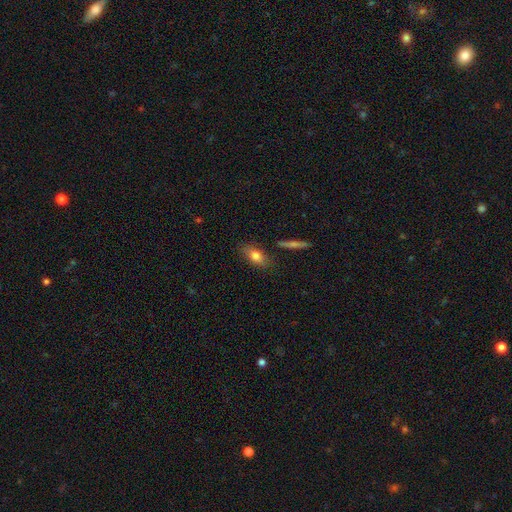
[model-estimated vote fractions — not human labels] Morphology: type=smooth (78%); roundness=in between (80%); merging=none (80%).